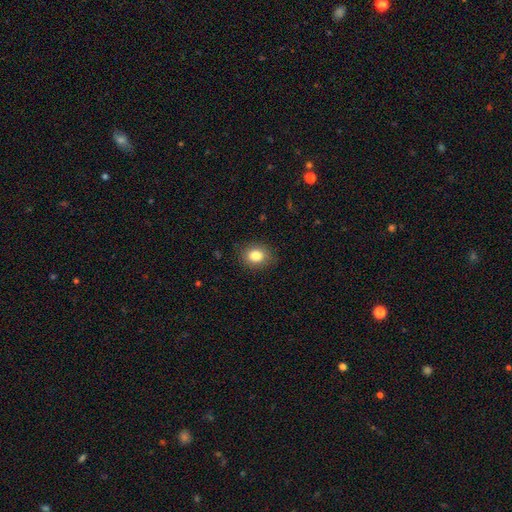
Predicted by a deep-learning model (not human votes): Q: Smooth or featured?
A: smooth (83%); runner-up: star or artifact (10%)
Q: How rounded?
A: round (54%); runner-up: in between (45%)
Q: Merging?
A: none (87%); runner-up: minor disturbance (10%)